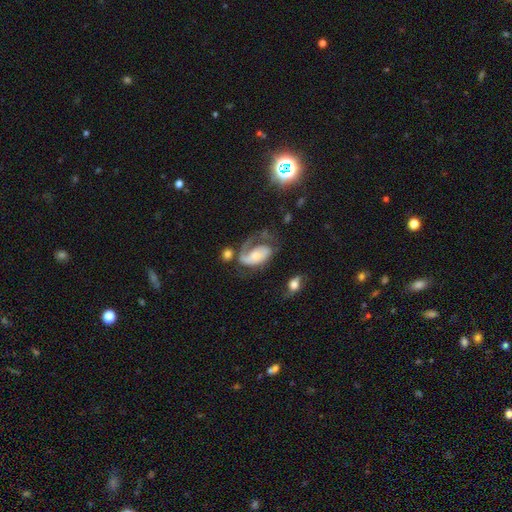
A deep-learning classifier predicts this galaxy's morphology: Smooth or featured?
  - featured or disk: 71% *
  - smooth: 23%
  - star or artifact: 6%
Edge-on disk?
  - no: 96% *
  - yes: 4%
Bar?
  - no: 66% *
  - weak: 25%
  - strong: 9%
Spiral arms?
  - yes: 85% *
  - no: 15%
Spiral winding?
  - medium: 37% *
  - tight: 32%
  - loose: 31%
Spiral arm count?
  - 1: 65% *
  - 2: 22%
  - can't tell: 9%
  - 3: 2%
  - 4: 1%
  - more than 4: 1%
Bulge size?
  - moderate: 50% *
  - small: 39%
  - large: 7%
  - none: 3%
  - dominant: 2%
Merging?
  - major disturbance: 39% *
  - none: 32%
  - minor disturbance: 19%
  - merger: 10%